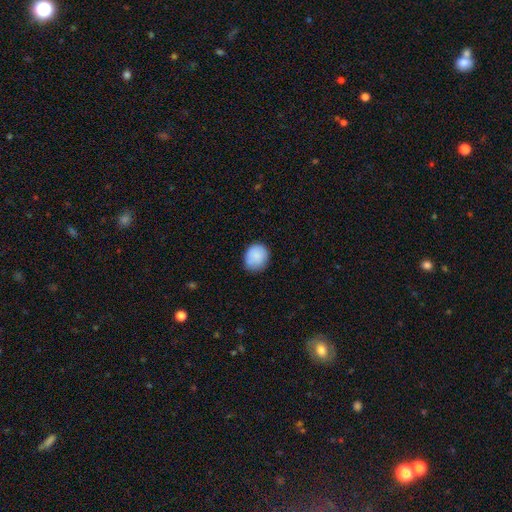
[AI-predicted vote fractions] Smooth or featured? smooth (87%)
How rounded? round (74%)
Merging? none (79%)